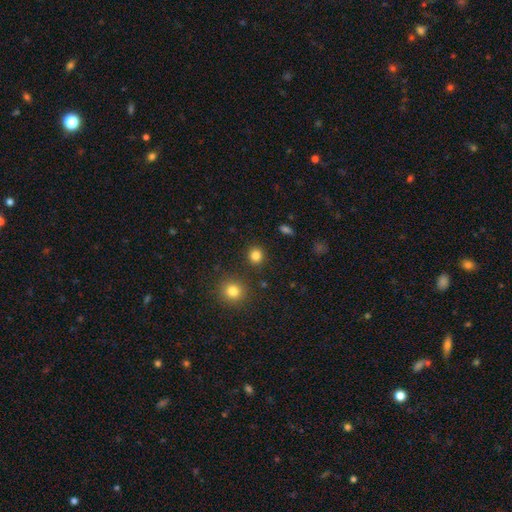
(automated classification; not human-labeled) A smooth galaxy with no disk features (83%) that is round (90%).

Vote fractions:
- Smooth or featured? smooth: 83% / star or artifact: 13% / featured or disk: 4%
- How rounded? round: 90% / in between: 9% / cigar-shaped: 1%
- Merging? none: 90% / minor disturbance: 5% / merger: 2% / major disturbance: 2%